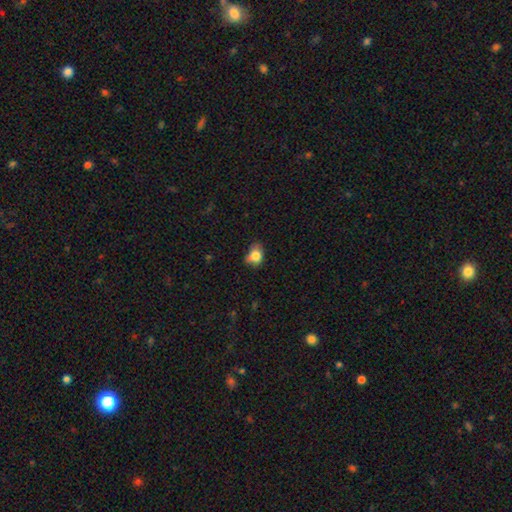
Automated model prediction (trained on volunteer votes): smooth 78%, featured or disk 12%, star or artifact 10%. Down the decision tree: how rounded — in between (59%); merging — none (44%).